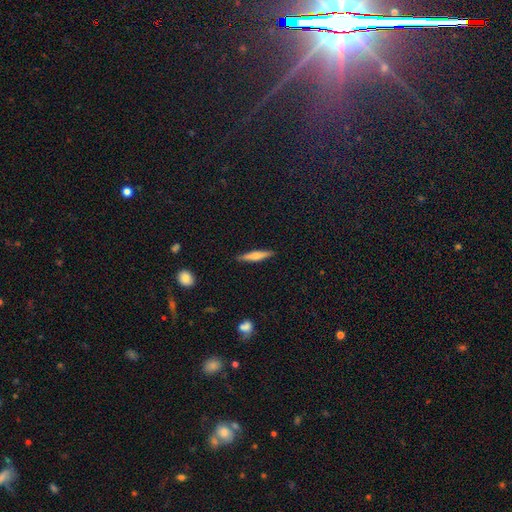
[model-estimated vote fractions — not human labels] A smooth galaxy with no disk features (53%) that is cigar-shaped (88%). Merging: none (89%).